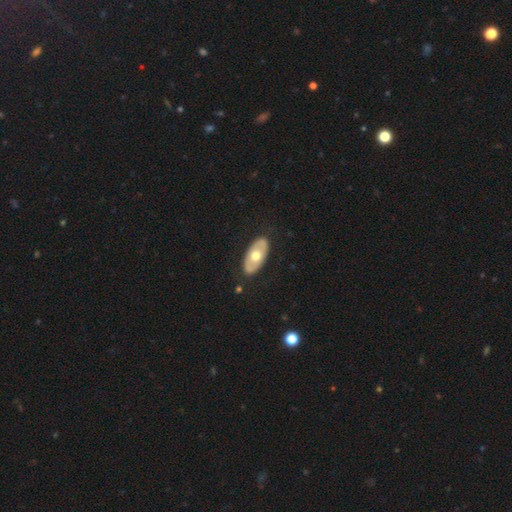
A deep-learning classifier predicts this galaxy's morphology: Smooth or featured? smooth (52%)
How rounded? in between (92%)
Merging? none (87%)